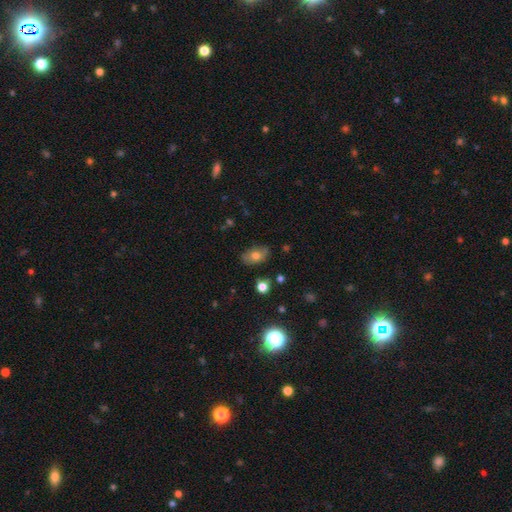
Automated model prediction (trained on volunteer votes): Smooth or featured?
  - smooth: 68% *
  - featured or disk: 22%
  - star or artifact: 11%
How rounded?
  - in between: 87% *
  - round: 11%
  - cigar-shaped: 2%
Merging?
  - none: 75% *
  - minor disturbance: 19%
  - major disturbance: 4%
  - merger: 2%